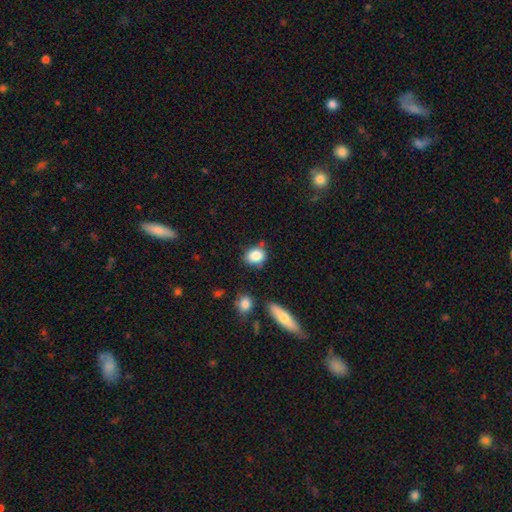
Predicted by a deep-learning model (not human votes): Q: Smooth or featured?
A: smooth (85%); runner-up: star or artifact (9%)
Q: How rounded?
A: round (51%); runner-up: in between (48%)
Q: Merging?
A: none (69%); runner-up: minor disturbance (20%)